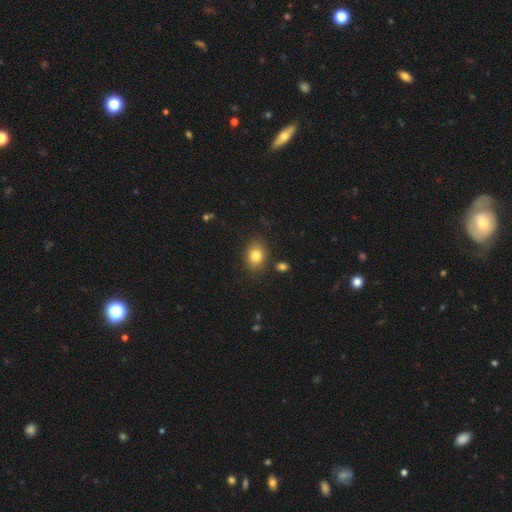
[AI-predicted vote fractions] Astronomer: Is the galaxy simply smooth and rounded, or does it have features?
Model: smooth — 83%.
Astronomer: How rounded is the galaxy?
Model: in between — 56% (runner-up: round, 42%).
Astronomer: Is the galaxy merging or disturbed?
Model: none — 83%.